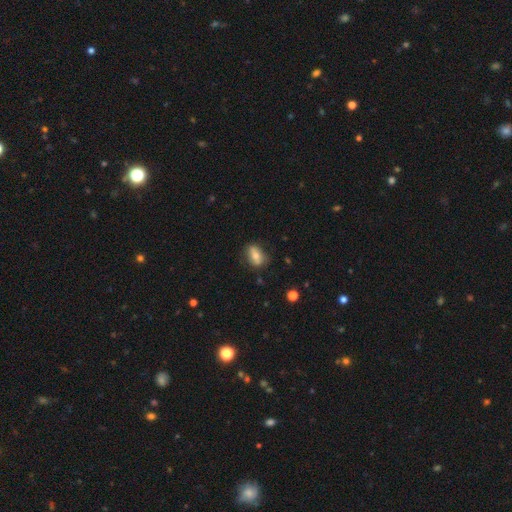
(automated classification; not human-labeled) Q: Smooth or featured?
A: smooth (67%); runner-up: featured or disk (25%)
Q: How rounded?
A: in between (81%); runner-up: round (11%)
Q: Merging?
A: none (74%); runner-up: minor disturbance (19%)